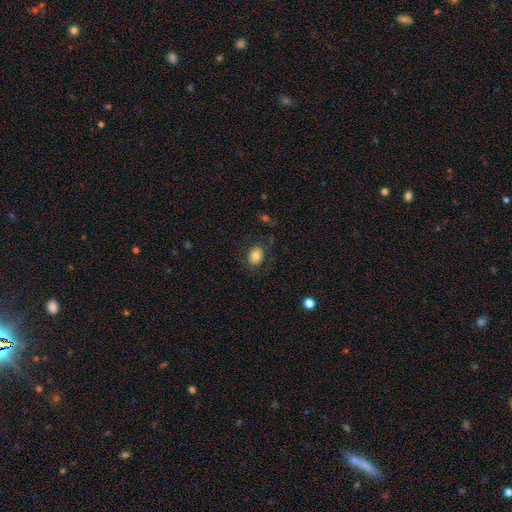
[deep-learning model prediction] This is likely a smooth galaxy (76%). How rounded: possibly round (51%). Merging: likely none (79%).